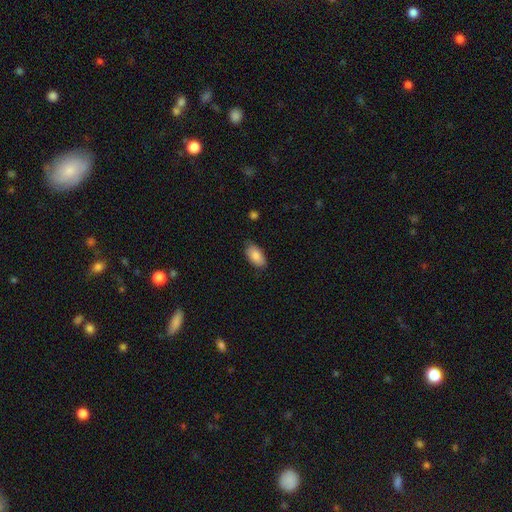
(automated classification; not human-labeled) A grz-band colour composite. It shows a smooth galaxy with no disk features (85%) that is in between round and cigar-shaped (94%). Merging: none (79%).